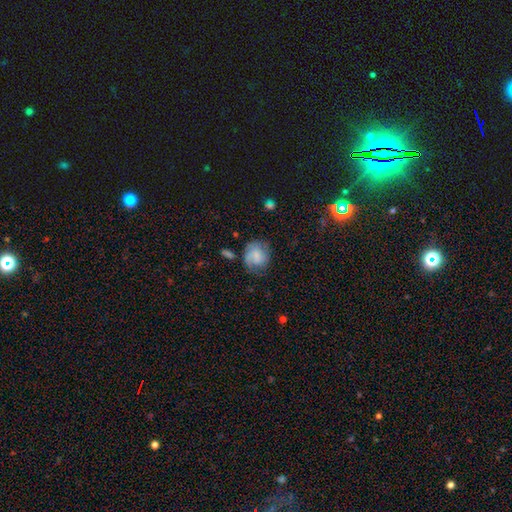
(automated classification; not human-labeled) A smooth galaxy with no disk features (63%) that is round (72%).

Vote fractions:
- Smooth or featured? smooth: 63% / featured or disk: 29% / star or artifact: 8%
- How rounded? round: 72% / in between: 27% / cigar-shaped: 1%
- Merging? none: 58% / minor disturbance: 26% / major disturbance: 12% / merger: 3%